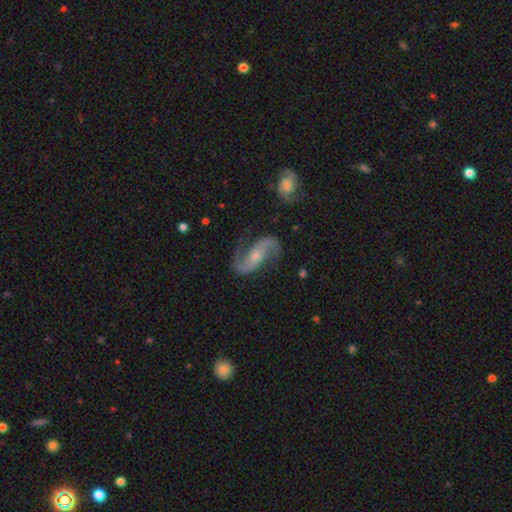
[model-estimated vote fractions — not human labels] smooth_or_featured: featured or disk (p=0.89) [alt: smooth p=0.06]
disk_edge_on: no (p=0.96) [alt: yes p=0.04]
bar: no (p=0.44) [alt: weak p=0.30]
has_spiral_arms: yes (p=0.97) [alt: no p=0.03]
spiral_winding: loose (p=0.63) [alt: medium p=0.29]
spiral_arm_count: 2 (p=0.93) [alt: 1 p=0.02]
bulge_size: small (p=0.66) [alt: moderate p=0.28]
merging: none (p=0.75) [alt: minor disturbance p=0.15]